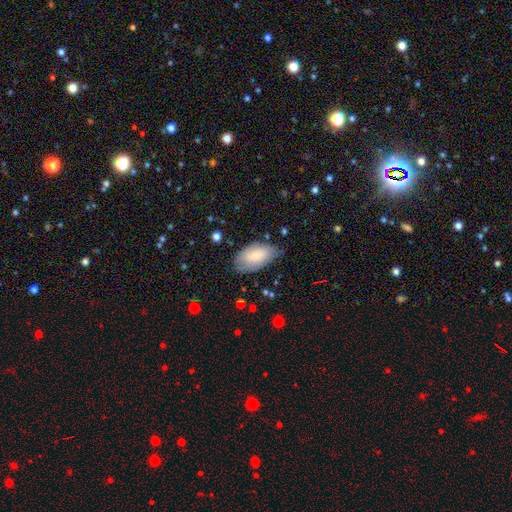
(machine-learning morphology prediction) Smooth or featured?
  - smooth: 79% *
  - featured or disk: 14%
  - star or artifact: 6%
How rounded?
  - in between: 95% *
  - cigar-shaped: 3%
  - round: 3%
Merging?
  - none: 65% *
  - minor disturbance: 27%
  - major disturbance: 6%
  - merger: 2%